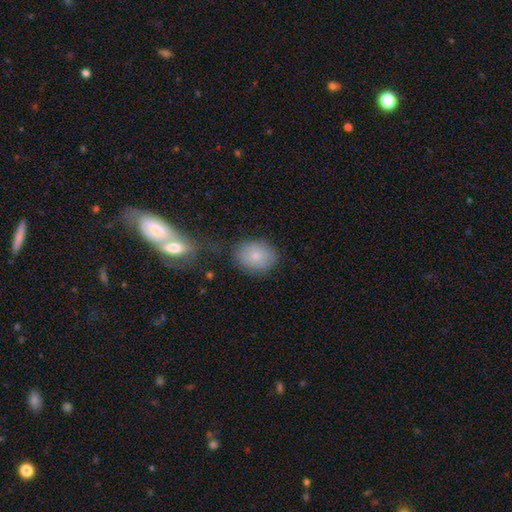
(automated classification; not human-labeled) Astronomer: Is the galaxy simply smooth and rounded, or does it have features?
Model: smooth — 79%.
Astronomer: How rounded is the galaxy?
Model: in between — 50% (runner-up: round, 49%).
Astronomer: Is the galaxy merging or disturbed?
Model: none — 77%.